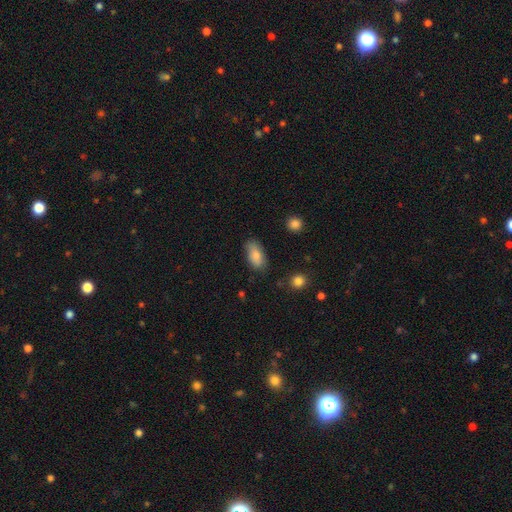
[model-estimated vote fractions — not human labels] Overall: smooth (83%). How rounded: in between (91%). Merging: none (76%).